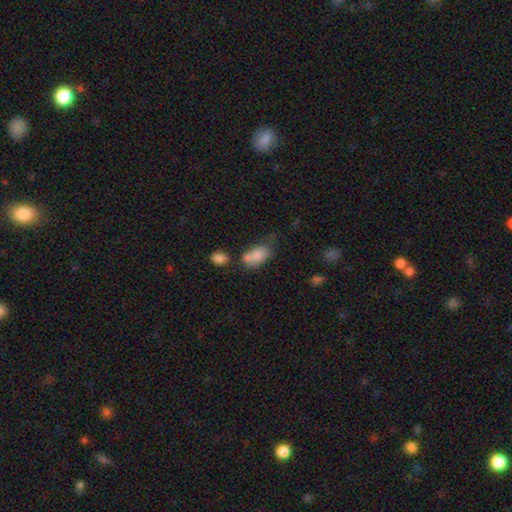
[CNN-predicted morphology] This is likely a smooth galaxy (79%). How rounded: clearly in between (87%). Merging: marginally none (36%, tied with merger).